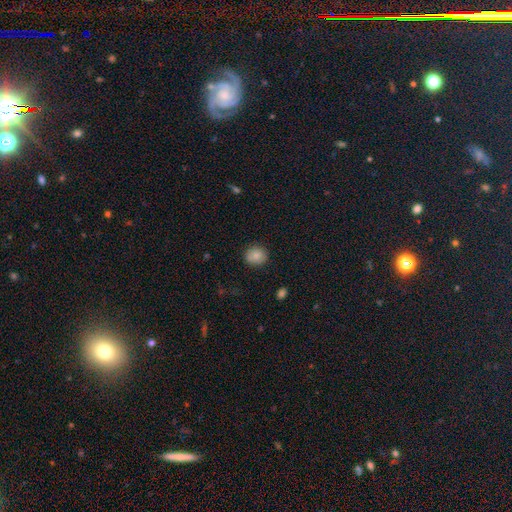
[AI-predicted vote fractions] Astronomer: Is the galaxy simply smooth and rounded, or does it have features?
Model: smooth — 83%.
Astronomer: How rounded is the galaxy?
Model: round — 82%.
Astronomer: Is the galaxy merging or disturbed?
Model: none — 85%.